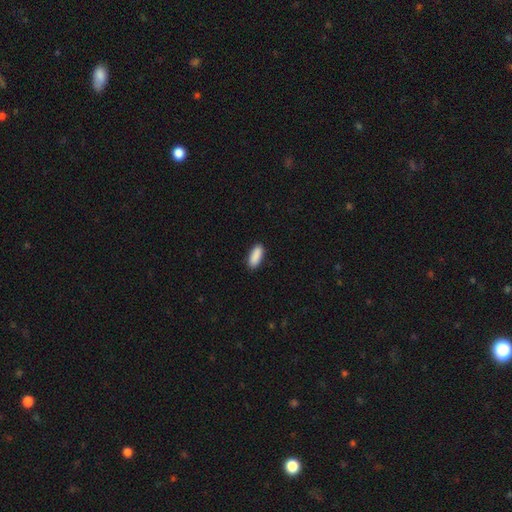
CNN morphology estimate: Smooth or featured: smooth — 91% (star or artifact — 6%)
How rounded: in between — 76% (cigar-shaped — 22%)
Merging: none — 89% (minor disturbance — 8%)